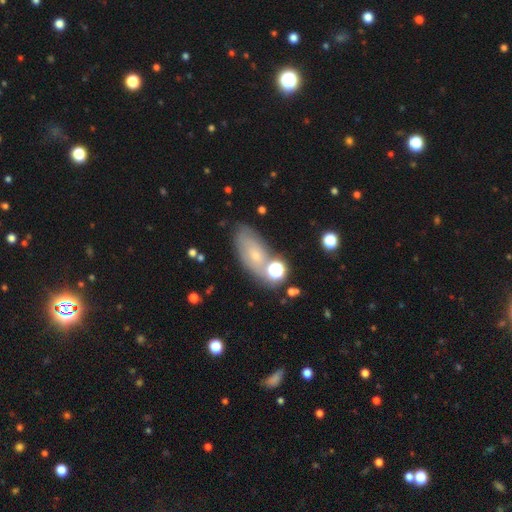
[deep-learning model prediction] Smooth or featured? Predicted: smooth (p=0.52). How rounded? Predicted: in between (p=0.85). Merging? Predicted: none (p=0.63).